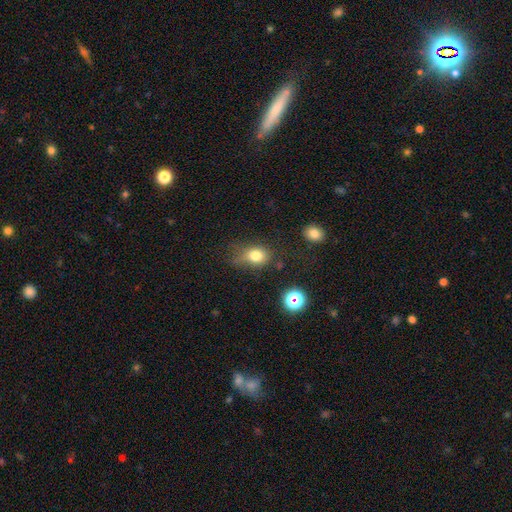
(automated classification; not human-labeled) Q: Smooth or featured?
A: smooth (78%); runner-up: star or artifact (13%)
Q: How rounded?
A: in between (50%); runner-up: round (48%)
Q: Merging?
A: none (49%); runner-up: minor disturbance (32%)